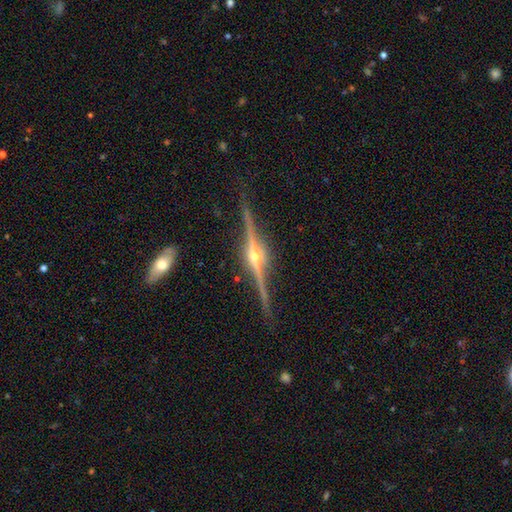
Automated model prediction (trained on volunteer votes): This is clearly a featured or disk galaxy (91%). It is clearly viewed edge-on (98%). Edge-on bulge: clearly rounded (95%). Merging: clearly none (89%).